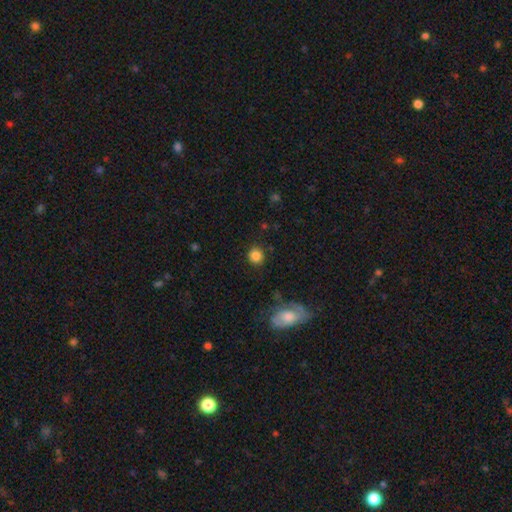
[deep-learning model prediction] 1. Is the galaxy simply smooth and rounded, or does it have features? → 84% smooth, 10% star or artifact, 6% featured or disk.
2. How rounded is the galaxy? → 89% round, 10% in between, 1% cigar-shaped.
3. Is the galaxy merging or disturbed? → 87% none, 8% minor disturbance, 3% major disturbance, 2% merger.